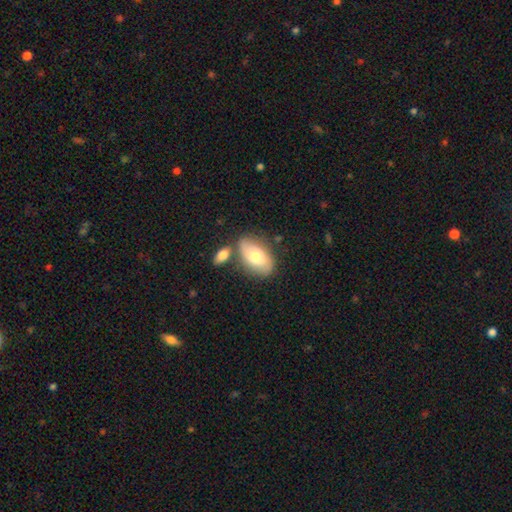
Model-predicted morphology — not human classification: smooth 68%, featured or disk 26%, star or artifact 6%. Down the decision tree: how rounded — in between (92%); merging — none (64%).